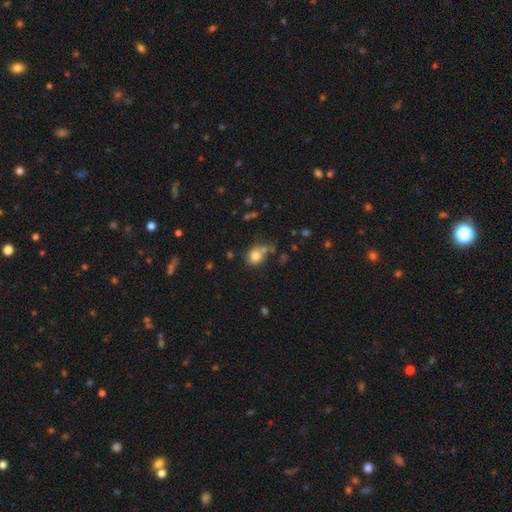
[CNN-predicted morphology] Smooth or featured? smooth (79%)
How rounded? round (67%)
Merging? none (54%)